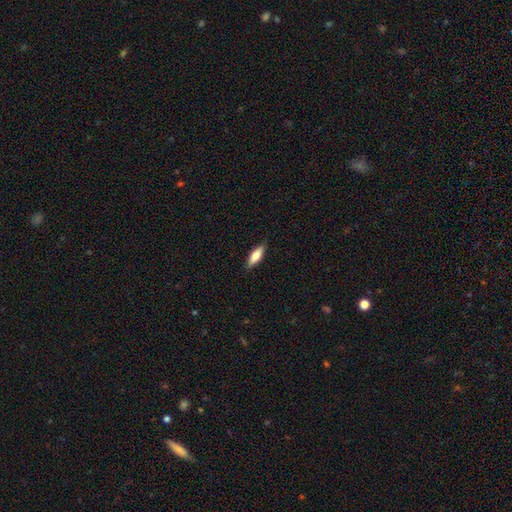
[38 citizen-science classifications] Smooth or featured? 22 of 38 (58%) said smooth. How rounded? 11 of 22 (50%, tied with cigar-shaped) said in between. Merging? 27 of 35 (77%) said none.